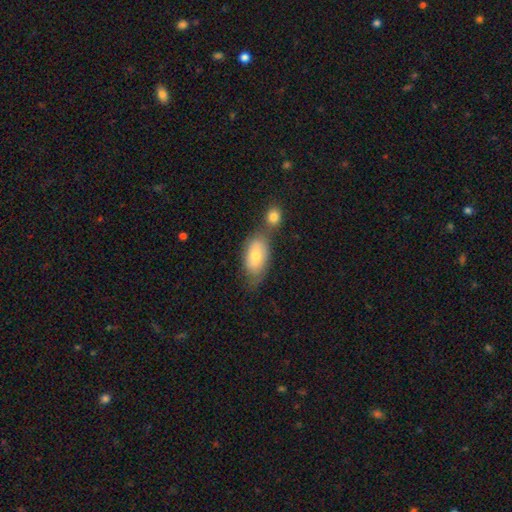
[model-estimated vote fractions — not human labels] A smooth galaxy with no disk features (68%) that is in between round and cigar-shaped (89%). Merging: merger (38%).